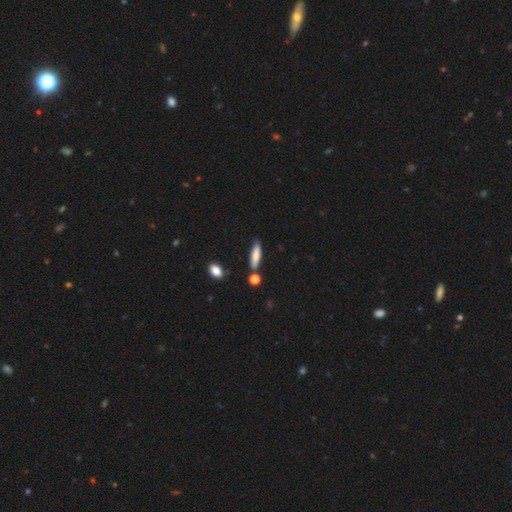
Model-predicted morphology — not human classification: A smooth galaxy with no disk features (80%) that is cigar-shaped (72%). Merging: none (79%).